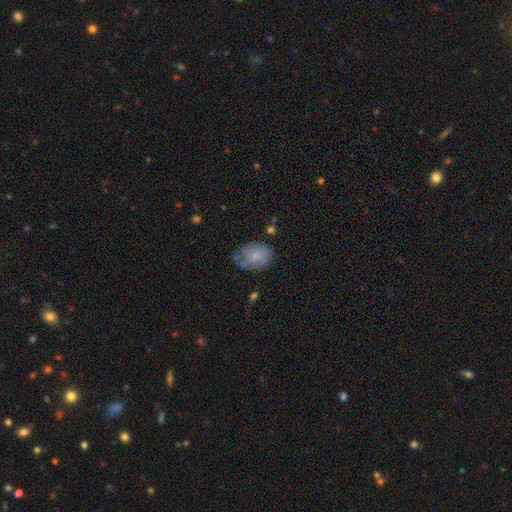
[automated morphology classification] Smooth or featured? Predicted: smooth (p=0.65). How rounded? Predicted: in between (p=0.61). Merging? Predicted: none (p=0.49).